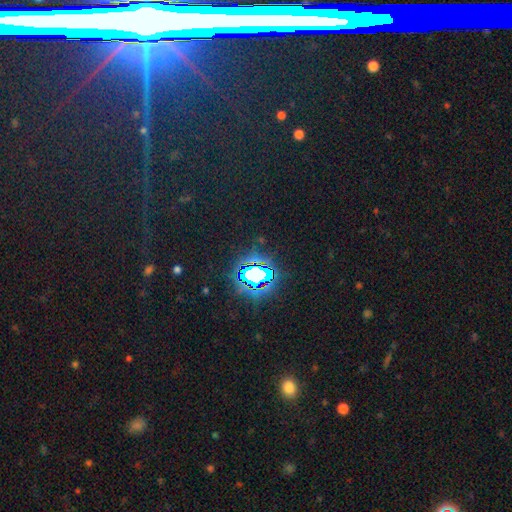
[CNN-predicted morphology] smooth-or-featured: star or artifact: 83% | smooth: 9% | featured or disk: 7%